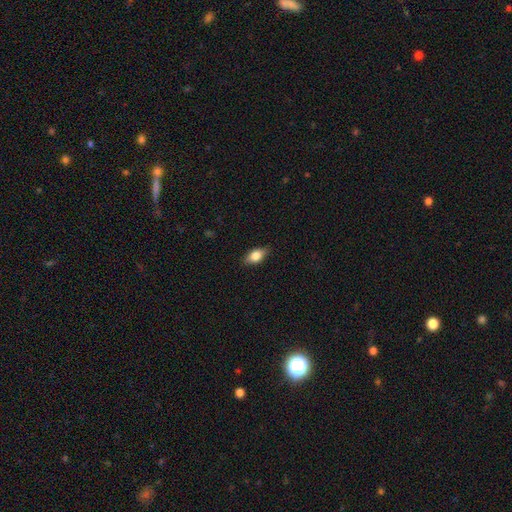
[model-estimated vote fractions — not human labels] Smooth or featured?
  - smooth: 77% *
  - featured or disk: 15%
  - star or artifact: 8%
How rounded?
  - in between: 84% *
  - round: 8%
  - cigar-shaped: 8%
Merging?
  - none: 85% *
  - minor disturbance: 12%
  - major disturbance: 2%
  - merger: 1%